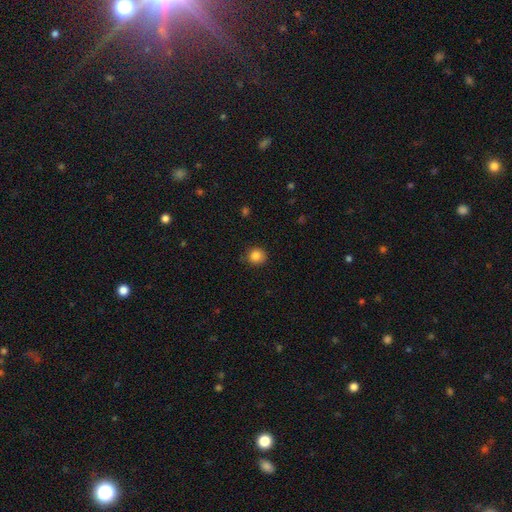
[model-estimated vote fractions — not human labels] Overall: smooth (85%). How rounded: round (85%). Merging: none (84%).